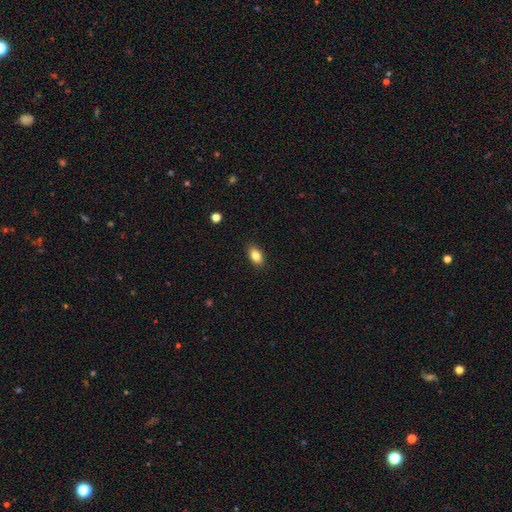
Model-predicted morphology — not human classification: smooth 84%, star or artifact 8%, featured or disk 7%. Down the decision tree: how rounded — in between (90%); merging — none (89%).